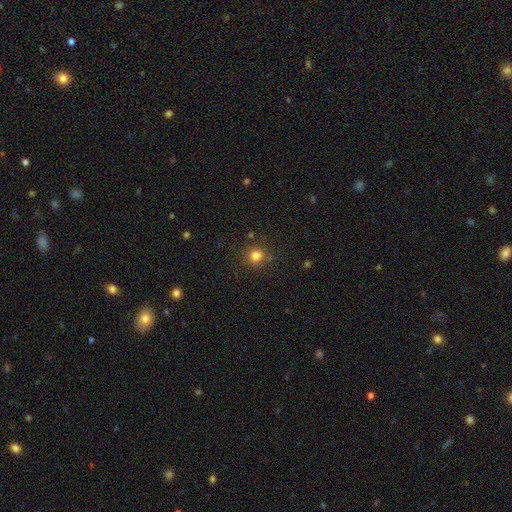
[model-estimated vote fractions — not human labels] smooth 80%, star or artifact 14%, featured or disk 6%. Down the decision tree: how rounded — round (88%); merging — none (81%).